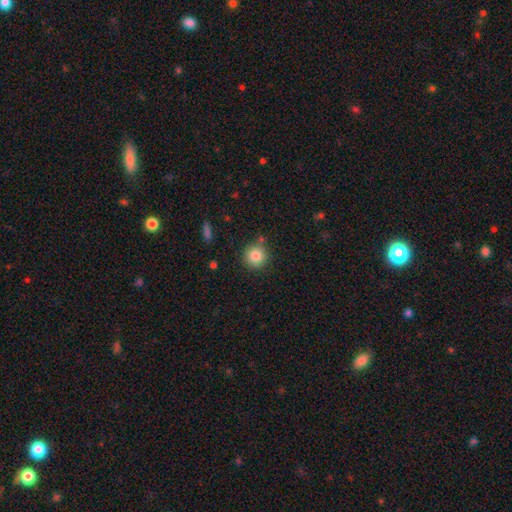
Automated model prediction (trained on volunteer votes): smooth_or_featured: smooth (p=0.83) [alt: star or artifact p=0.10]
how_rounded: round (p=0.94) [alt: in between p=0.05]
merging: none (p=0.83) [alt: minor disturbance p=0.10]